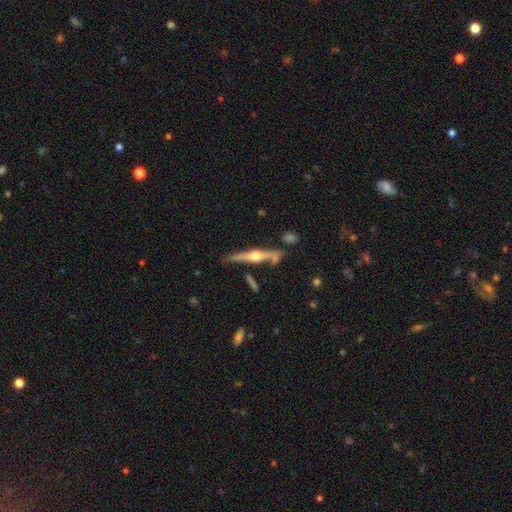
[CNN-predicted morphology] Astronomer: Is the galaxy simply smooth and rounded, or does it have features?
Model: featured or disk — 78%.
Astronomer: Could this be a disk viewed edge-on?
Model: yes — 97%.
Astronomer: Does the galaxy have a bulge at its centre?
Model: rounded — 95%.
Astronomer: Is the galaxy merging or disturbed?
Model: none — 74%.